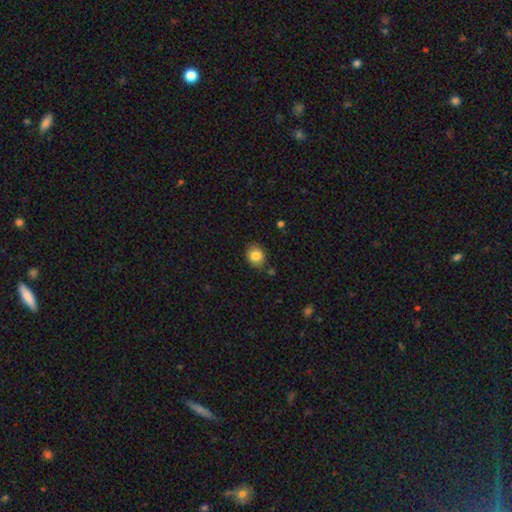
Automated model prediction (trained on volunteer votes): This is clearly a smooth galaxy (84%). How rounded: likely round (62%). Merging: likely none (80%).